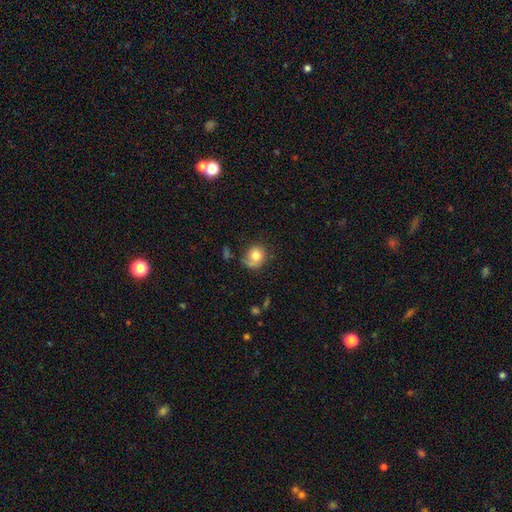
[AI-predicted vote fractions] Q: Smooth or featured?
A: smooth (72%); runner-up: featured or disk (19%)
Q: How rounded?
A: round (72%); runner-up: in between (27%)
Q: Merging?
A: none (55%); runner-up: minor disturbance (25%)